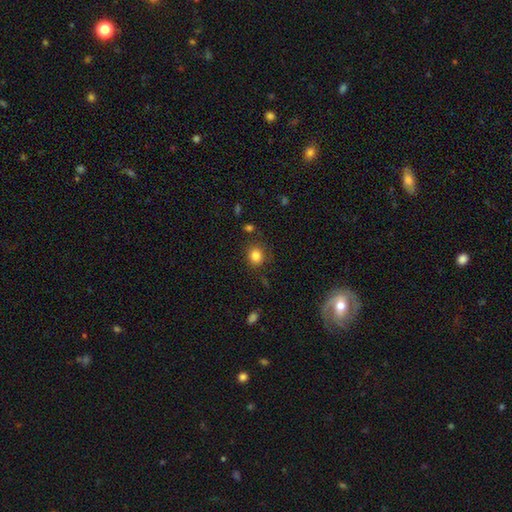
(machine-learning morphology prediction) smooth 83%, star or artifact 11%, featured or disk 6%. Down the decision tree: how rounded — round (75%); merging — none (80%).